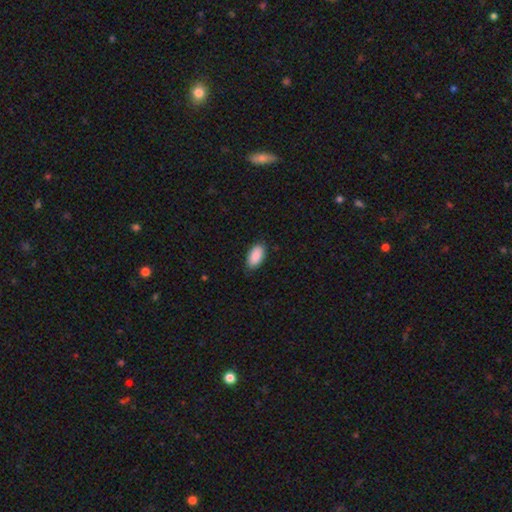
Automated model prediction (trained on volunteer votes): smooth-or-featured: smooth: 90% | star or artifact: 6% | featured or disk: 4%
  how-rounded: in between: 95% | cigar-shaped: 3% | round: 2%
  merging: none: 83% | minor disturbance: 13% | major disturbance: 2% | merger: 1%